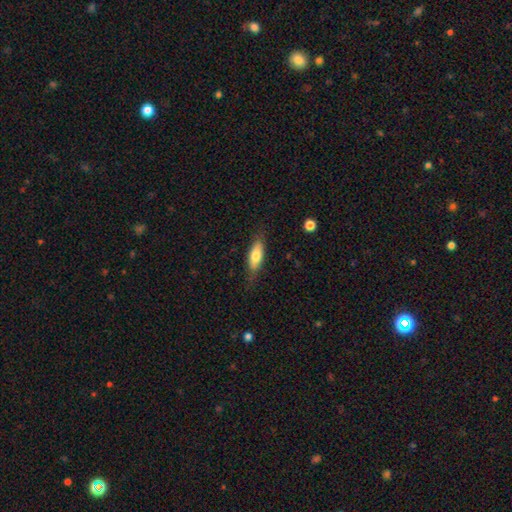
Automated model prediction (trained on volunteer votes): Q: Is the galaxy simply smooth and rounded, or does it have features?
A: smooth — 72%.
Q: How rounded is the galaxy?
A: in between — 69%.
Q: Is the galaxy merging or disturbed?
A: none — 78%.